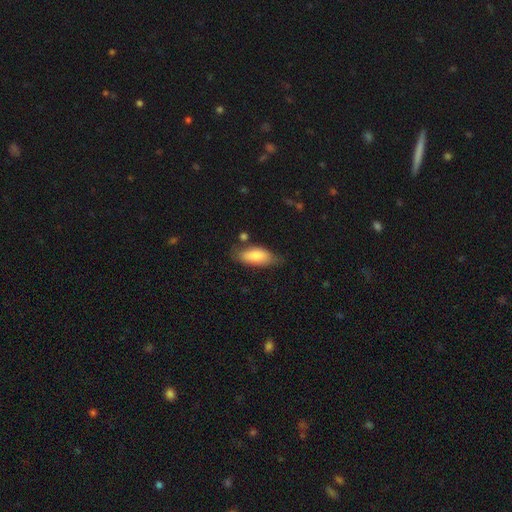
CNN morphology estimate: The model was most divided on "merging": none: 62%, minor disturbance: 27%, major disturbance: 6%, merger: 4%. More confident: how rounded — in between (83%); smooth or featured — smooth (80%).